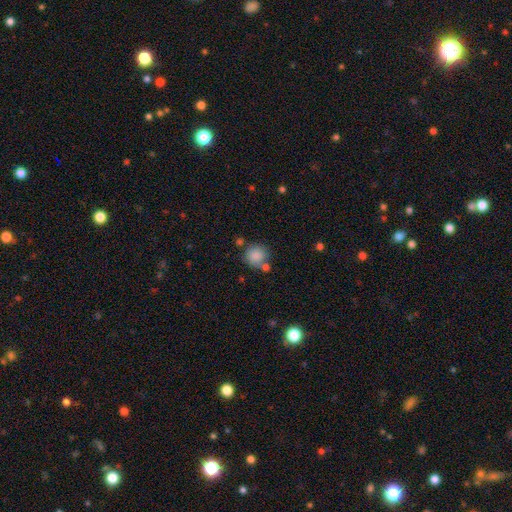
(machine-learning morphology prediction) type=smooth (86%); roundness=round (89%); merging=none (67%).